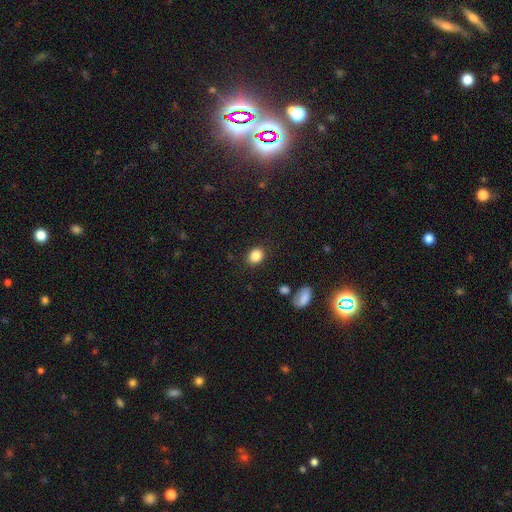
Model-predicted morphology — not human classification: smooth 85%, star or artifact 10%, featured or disk 5%. Down the decision tree: how rounded — round (53%); merging — none (87%).